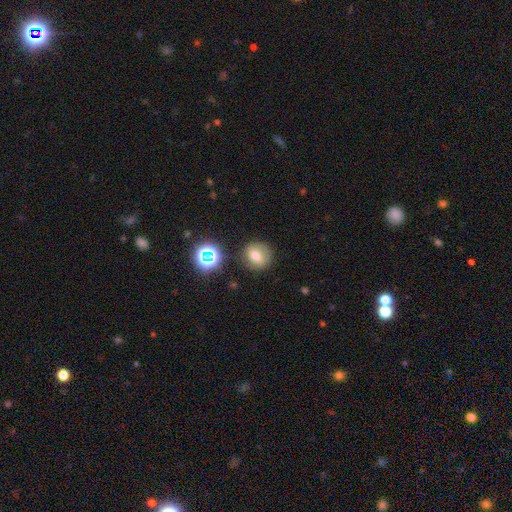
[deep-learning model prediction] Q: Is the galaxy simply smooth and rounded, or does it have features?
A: smooth — 65%.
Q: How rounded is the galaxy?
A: round — 81%.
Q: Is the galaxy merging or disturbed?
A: none — 82%.